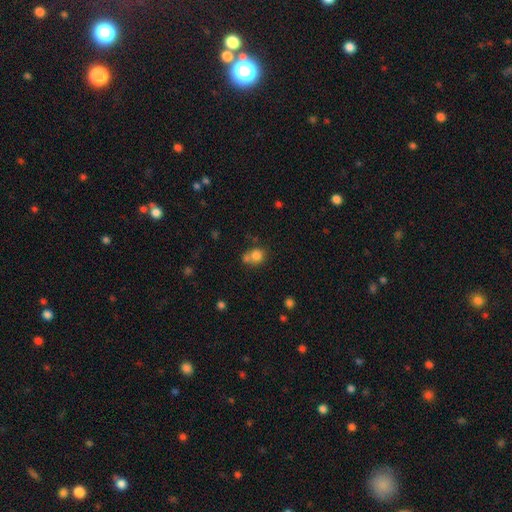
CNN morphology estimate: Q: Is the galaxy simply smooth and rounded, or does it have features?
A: smooth — 78%.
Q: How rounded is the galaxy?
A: round — 73%.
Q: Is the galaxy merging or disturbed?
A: none — 44%.